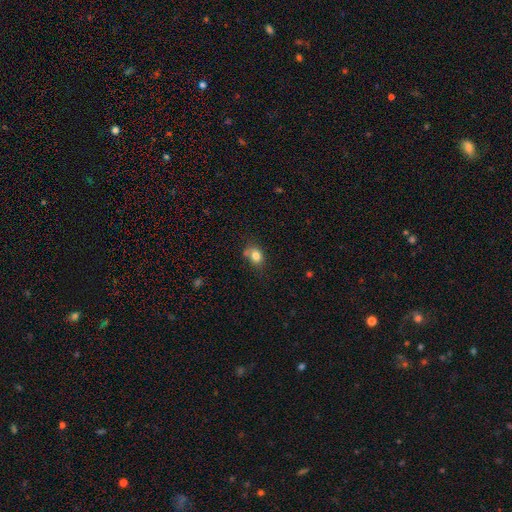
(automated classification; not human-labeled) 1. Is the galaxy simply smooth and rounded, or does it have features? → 81% smooth, 11% star or artifact, 8% featured or disk.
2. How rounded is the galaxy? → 51% in between, 48% round, 1% cigar-shaped.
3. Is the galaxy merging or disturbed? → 60% none, 22% minor disturbance, 11% merger, 6% major disturbance.